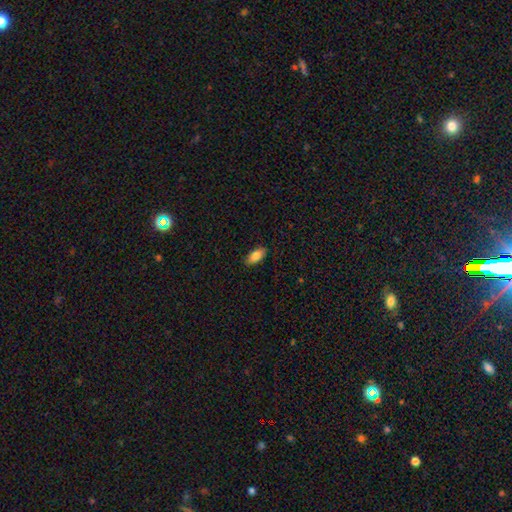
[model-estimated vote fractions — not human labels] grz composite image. It shows a smooth galaxy with no disk features (85%) that is in between round and cigar-shaped (91%). Merging: none (87%).